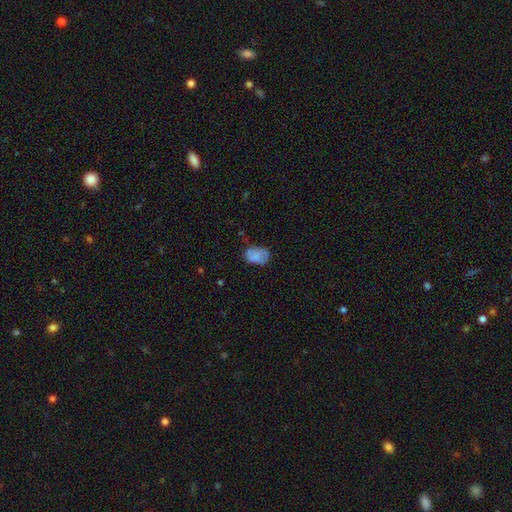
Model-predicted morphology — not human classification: A smooth galaxy with no disk features (71%) that is in between round and cigar-shaped (81%).

Vote fractions:
- Smooth or featured? smooth: 71% / featured or disk: 19% / star or artifact: 9%
- How rounded? in between: 81% / round: 17% / cigar-shaped: 1%
- Merging? none: 50% / minor disturbance: 33% / major disturbance: 13% / merger: 3%